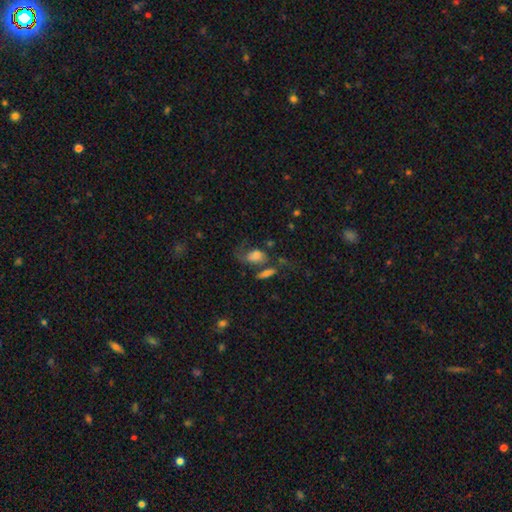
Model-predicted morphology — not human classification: smooth-or-featured: smooth: 57% | featured or disk: 30% | star or artifact: 13%
  how-rounded: in between: 80% | round: 16% | cigar-shaped: 4%
  merging: none: 33% | major disturbance: 31% | minor disturbance: 18% | merger: 18%